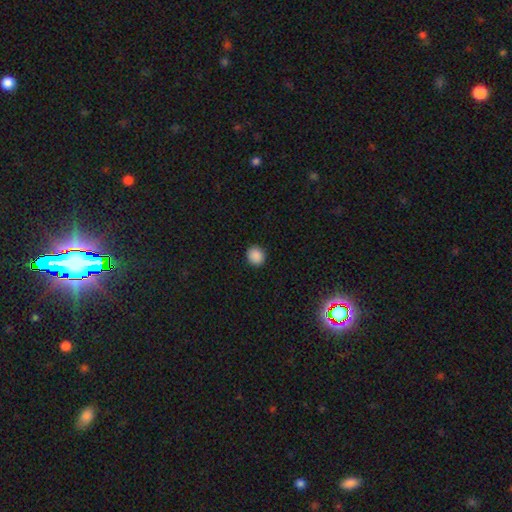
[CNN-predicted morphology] Smooth or featured?
  - smooth: 88% *
  - star or artifact: 9%
  - featured or disk: 2%
How rounded?
  - round: 84% *
  - in between: 15%
  - cigar-shaped: 1%
Merging?
  - none: 92% *
  - minor disturbance: 5%
  - major disturbance: 2%
  - merger: 1%